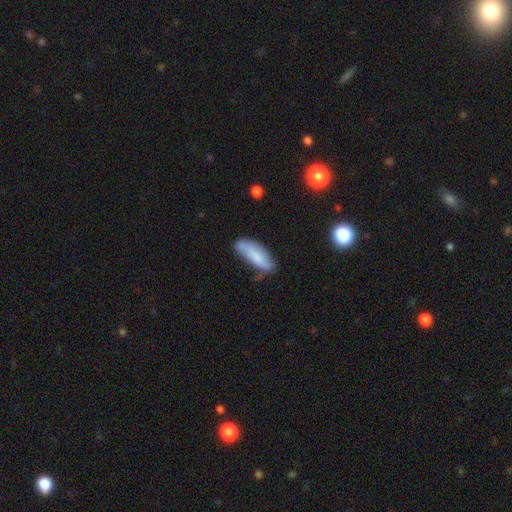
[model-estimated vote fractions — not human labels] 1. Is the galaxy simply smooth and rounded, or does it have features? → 72% smooth, 21% featured or disk, 7% star or artifact.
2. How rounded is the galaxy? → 62% in between, 37% cigar-shaped, 2% round.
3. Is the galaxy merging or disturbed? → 50% none, 34% minor disturbance, 9% major disturbance, 7% merger.